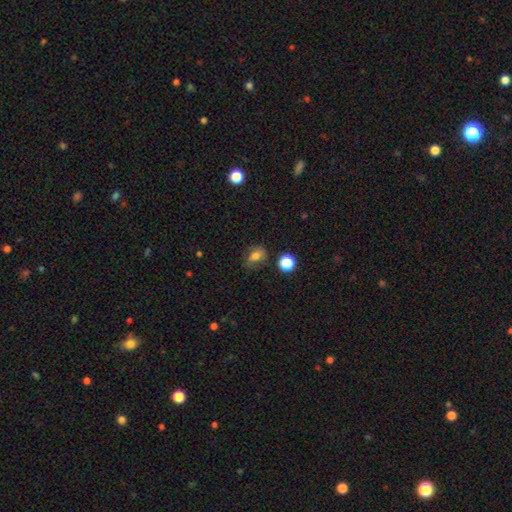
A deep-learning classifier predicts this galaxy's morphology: The model was most divided on "how rounded": in between: 61%, round: 37%, cigar-shaped: 2%. More confident: smooth or featured — smooth (73%); merging — none (65%).